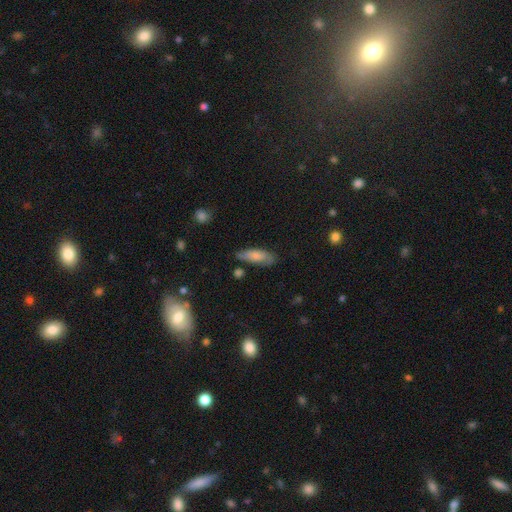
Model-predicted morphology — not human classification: smooth_or_featured: smooth (p=0.76) [alt: featured or disk p=0.17]
how_rounded: in between (p=0.59) [alt: cigar-shaped p=0.39]
merging: none (p=0.67) [alt: minor disturbance p=0.25]